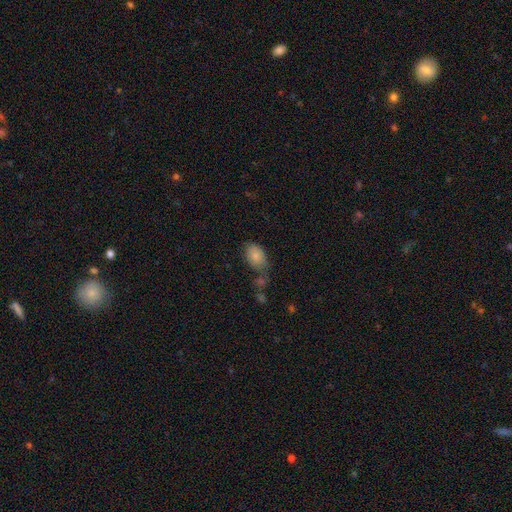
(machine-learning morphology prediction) This is clearly a smooth galaxy (81%). How rounded: clearly in between (86%). Merging: possibly none (52%).